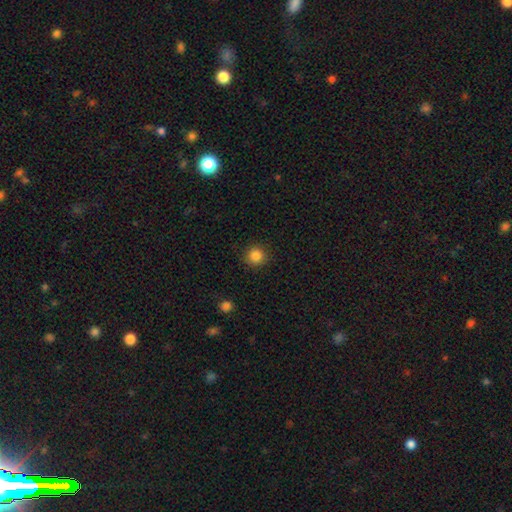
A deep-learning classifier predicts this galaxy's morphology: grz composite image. It shows a smooth galaxy with no disk features (85%) that is round (93%). Merging: none (91%).